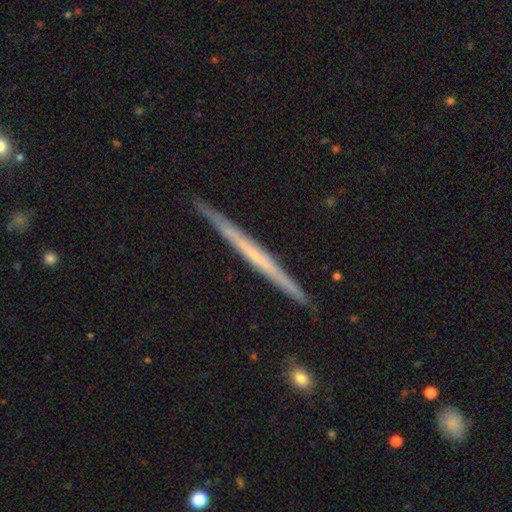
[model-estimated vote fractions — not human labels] featured or disk 64%, smooth 30%, star or artifact 6%. Down the decision tree: edge-on disk — yes (98%); edge-on bulge — none (83%); merging — none (91%).